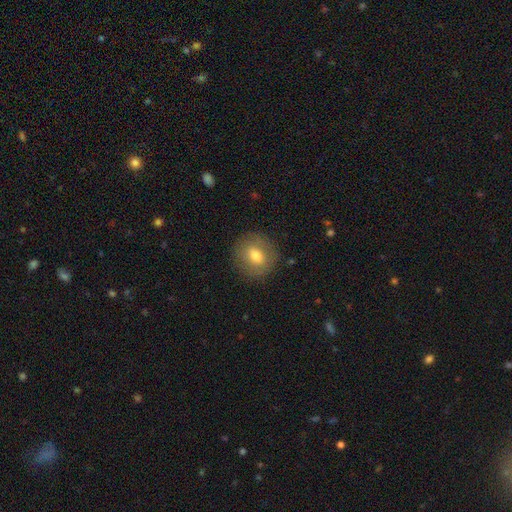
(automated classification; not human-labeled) This appears to be a smooth galaxy with no disk features (72%) that is round (81%). Merging: none (86%).